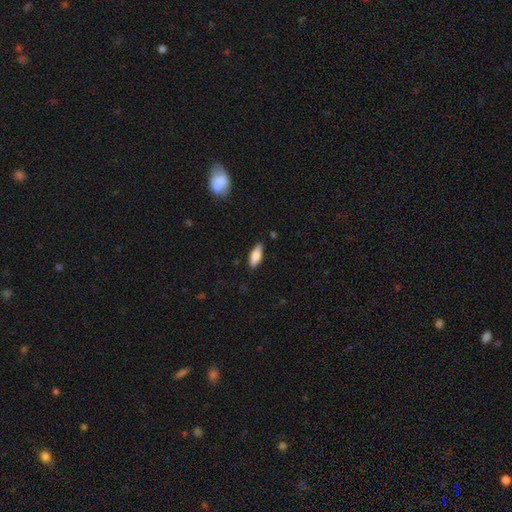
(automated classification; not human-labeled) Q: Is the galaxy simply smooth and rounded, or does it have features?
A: smooth — 69%.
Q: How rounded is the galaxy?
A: in between — 64%.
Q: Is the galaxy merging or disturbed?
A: none — 85%.